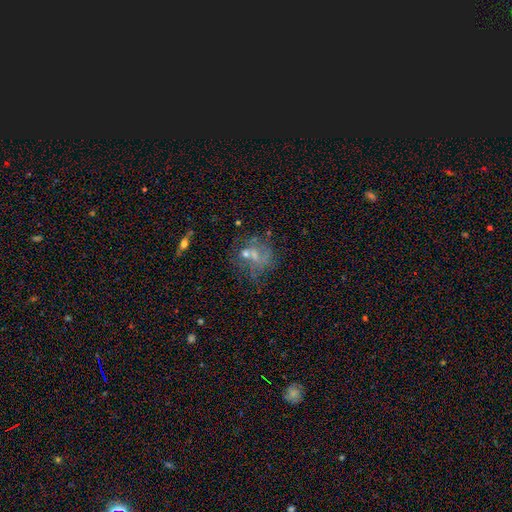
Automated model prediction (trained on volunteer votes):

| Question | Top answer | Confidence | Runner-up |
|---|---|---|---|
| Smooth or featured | featured or disk | 49% | smooth (31%) |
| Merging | none | 43% | major disturbance (24%) |